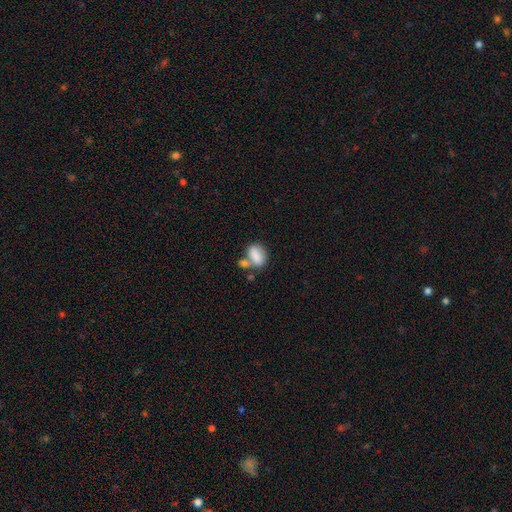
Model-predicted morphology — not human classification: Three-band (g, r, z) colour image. It shows a smooth galaxy with no disk features (81%) that is in between round and cigar-shaped (79%). Merging: none (42%).